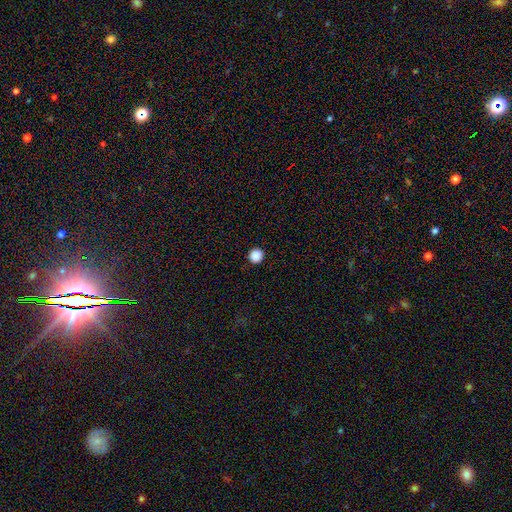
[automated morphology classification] Overall: smooth (88%). How rounded: round (94%). Merging: none (93%).